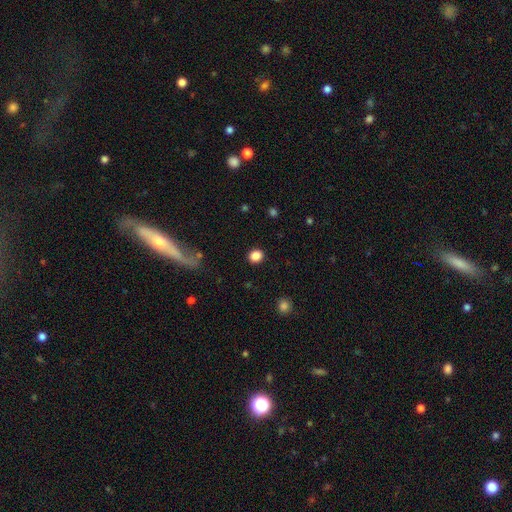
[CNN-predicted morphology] This is clearly a smooth galaxy (86%). How rounded: likely round (73%). Merging: clearly none (90%).